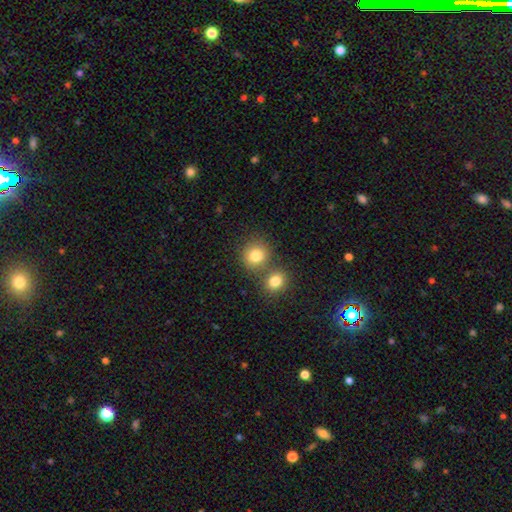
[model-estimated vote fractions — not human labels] smooth_or_featured: smooth (p=0.81) [alt: star or artifact p=0.11]
how_rounded: round (p=0.86) [alt: in between p=0.13]
merging: none (p=0.61) [alt: merger p=0.28]